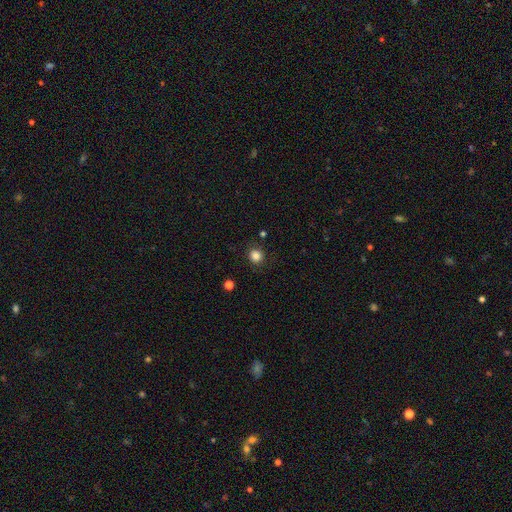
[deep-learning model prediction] smooth 85%, star or artifact 12%, featured or disk 4%. Down the decision tree: how rounded — round (86%); merging — none (87%).